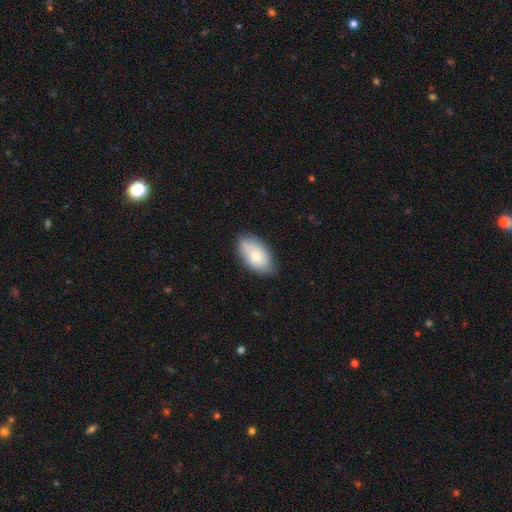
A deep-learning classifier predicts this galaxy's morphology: Smooth or featured?
  - smooth: 78% *
  - featured or disk: 16%
  - star or artifact: 6%
How rounded?
  - in between: 94% *
  - round: 4%
  - cigar-shaped: 2%
Merging?
  - none: 76% *
  - minor disturbance: 19%
  - major disturbance: 3%
  - merger: 1%